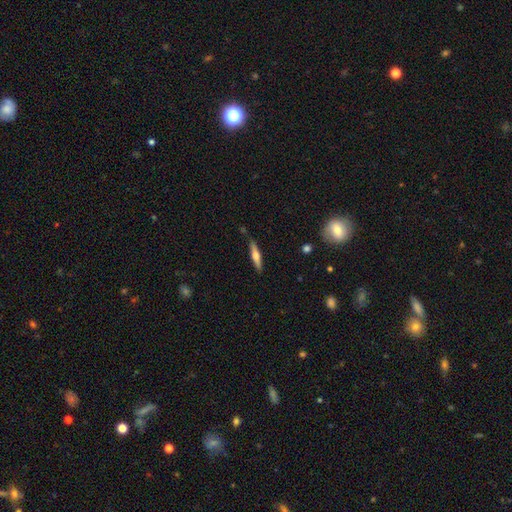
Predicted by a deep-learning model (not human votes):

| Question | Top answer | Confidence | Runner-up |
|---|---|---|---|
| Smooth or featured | featured or disk | 58% | smooth (36%) |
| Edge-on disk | yes | 96% | no (4%) |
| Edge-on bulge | rounded | 89% | boxy (6%) |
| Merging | none | 86% | minor disturbance (10%) |